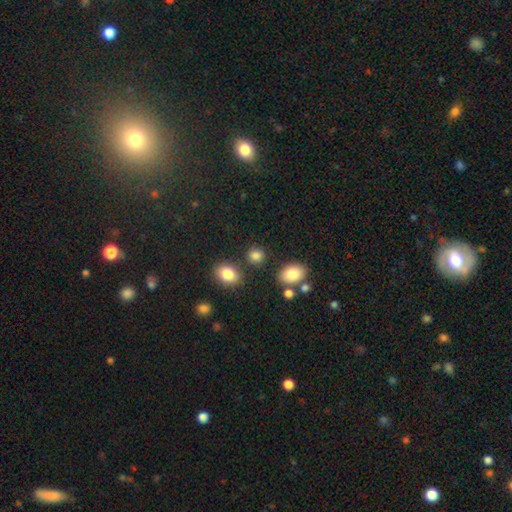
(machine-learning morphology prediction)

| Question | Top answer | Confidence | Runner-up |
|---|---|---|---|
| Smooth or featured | smooth | 84% | star or artifact (11%) |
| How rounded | round | 73% | in between (26%) |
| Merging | none | 80% | minor disturbance (10%) |